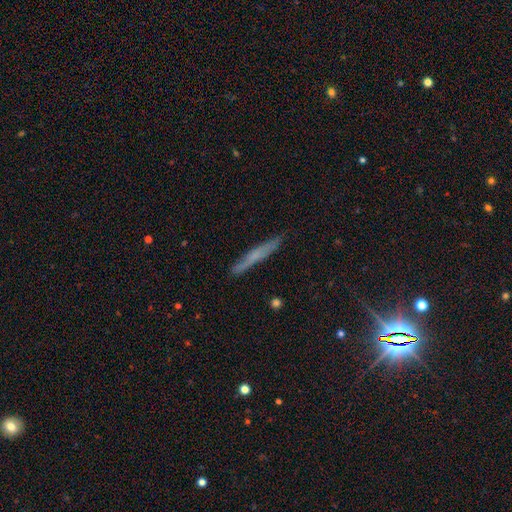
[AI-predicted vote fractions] Overall: smooth (46%; featured or disk 44%). Merging: none (86%).